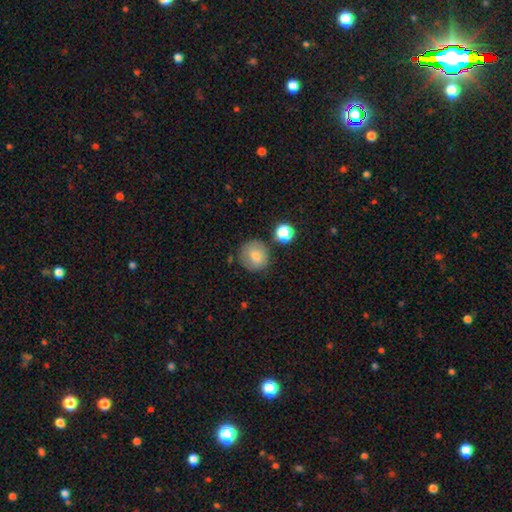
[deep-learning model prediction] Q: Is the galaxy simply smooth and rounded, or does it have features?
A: smooth — 74%.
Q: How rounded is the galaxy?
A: round — 89%.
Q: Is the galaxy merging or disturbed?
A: none — 78%.